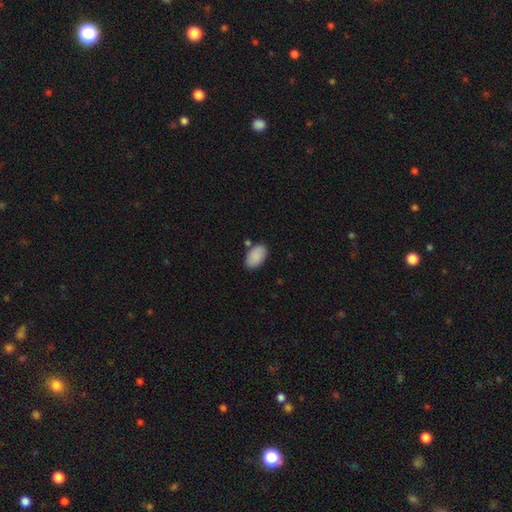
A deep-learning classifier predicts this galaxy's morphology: The model was most divided on "merging": none: 79%, minor disturbance: 12%, merger: 6%, major disturbance: 3%. More confident: how rounded — in between (94%); smooth or featured — smooth (89%).